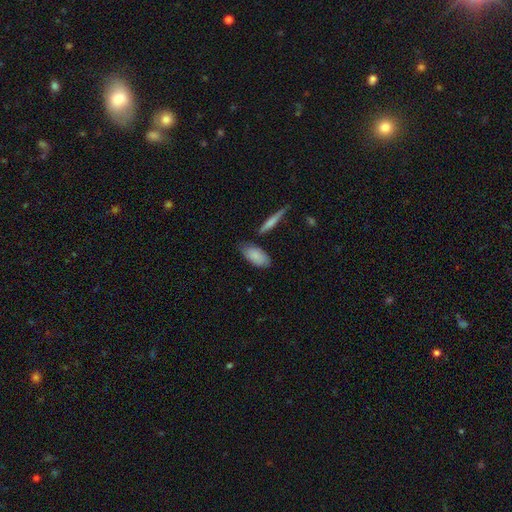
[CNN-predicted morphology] Smooth or featured?
  - smooth: 81% *
  - featured or disk: 13%
  - star or artifact: 6%
How rounded?
  - in between: 88% *
  - cigar-shaped: 9%
  - round: 3%
Merging?
  - none: 64% *
  - minor disturbance: 23%
  - merger: 8%
  - major disturbance: 5%